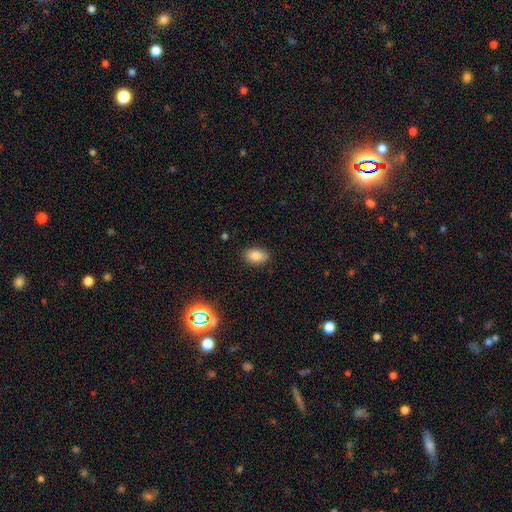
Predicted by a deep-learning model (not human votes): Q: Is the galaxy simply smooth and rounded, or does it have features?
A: smooth — 84%.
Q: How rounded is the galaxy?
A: in between — 89%.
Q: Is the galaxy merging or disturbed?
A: none — 86%.